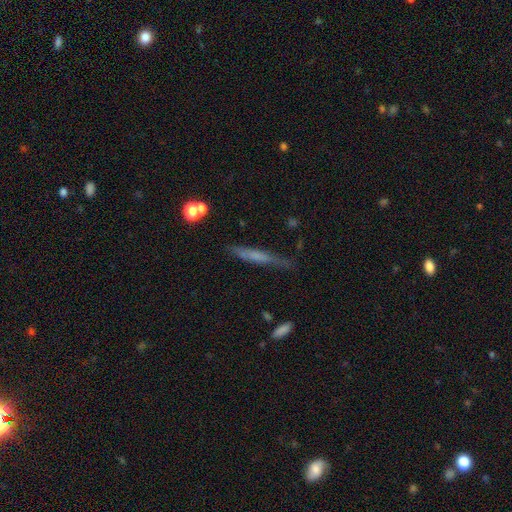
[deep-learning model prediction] Smooth or featured: smooth — 48% (featured or disk — 43%)
Merging: none — 72% (minor disturbance — 19%)